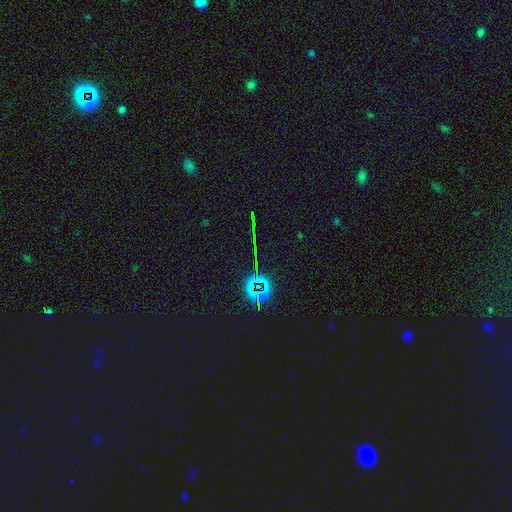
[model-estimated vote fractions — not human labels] Smooth or featured: star or artifact — 83% (smooth — 10%)